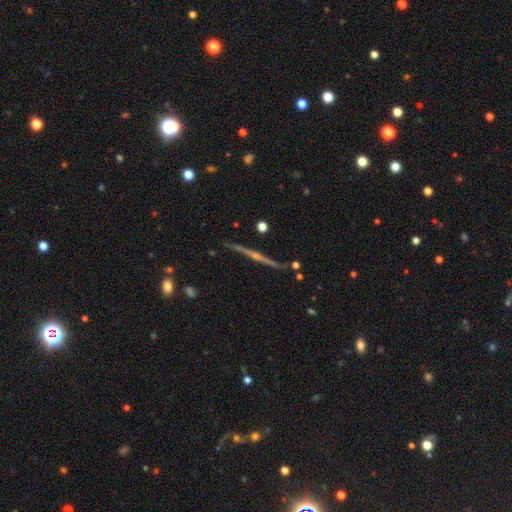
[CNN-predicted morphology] smooth-or-featured: featured or disk: 83% | smooth: 9% | star or artifact: 8%
  disk-edge-on: yes: 98% | no: 2%
    edge-on-bulge: rounded: 77% | none: 16% | boxy: 7%
  merging: none: 87% | minor disturbance: 8% | merger: 2% | major disturbance: 2%